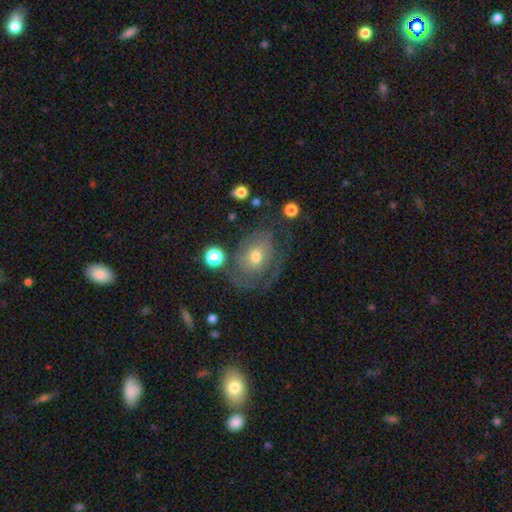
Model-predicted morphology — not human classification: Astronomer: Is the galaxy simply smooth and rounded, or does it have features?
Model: featured or disk — 61%.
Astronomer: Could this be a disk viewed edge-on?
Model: no — 95%.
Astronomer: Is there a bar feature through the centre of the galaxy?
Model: no — 77%.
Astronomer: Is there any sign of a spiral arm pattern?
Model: yes — 63%.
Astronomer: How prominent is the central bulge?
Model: moderate — 60%.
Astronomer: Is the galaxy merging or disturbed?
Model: none — 56%.